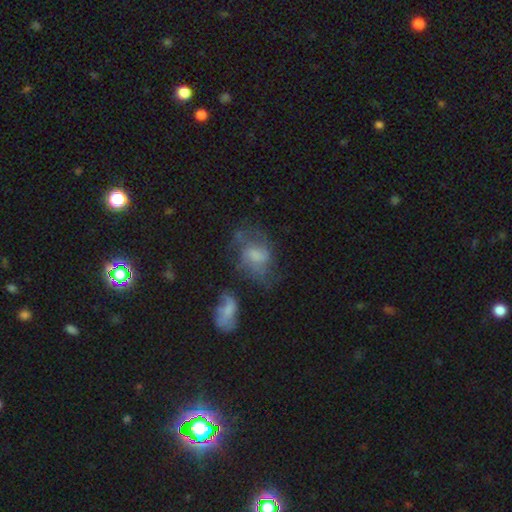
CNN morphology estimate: This is possibly a featured or disk galaxy (45%, tied with smooth). Merging: marginally none (40%).